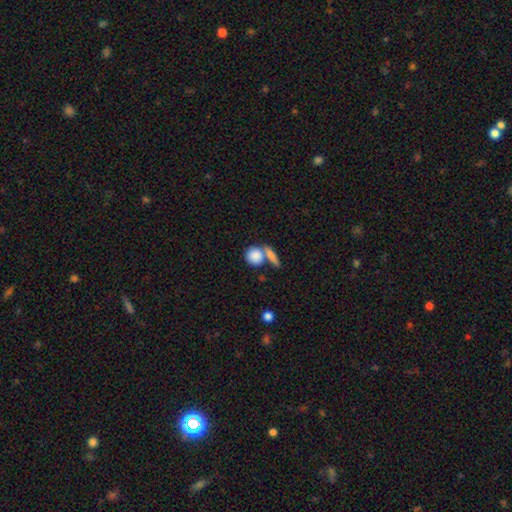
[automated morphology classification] type=smooth (84%); roundness=round (77%); merging=none (52%).